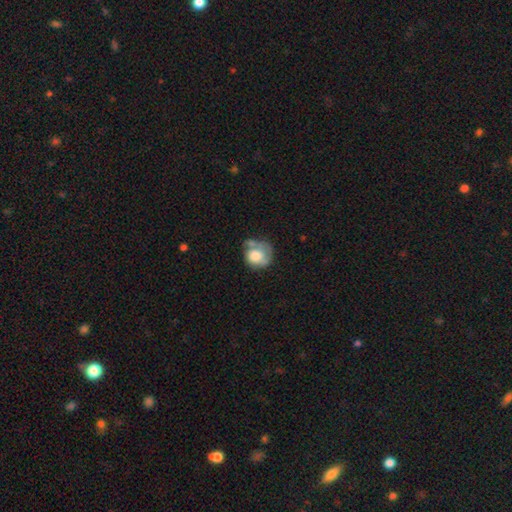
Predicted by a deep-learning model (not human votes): smooth 65%, featured or disk 28%, star or artifact 8%. Down the decision tree: how rounded — round (72%); merging — none (36%).